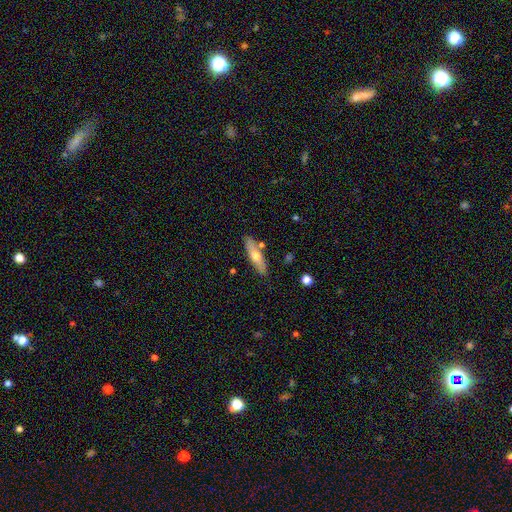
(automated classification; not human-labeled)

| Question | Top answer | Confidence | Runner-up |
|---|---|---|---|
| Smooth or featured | smooth | 55% | featured or disk (39%) |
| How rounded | cigar-shaped | 64% | in between (33%) |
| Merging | none | 80% | minor disturbance (12%) |